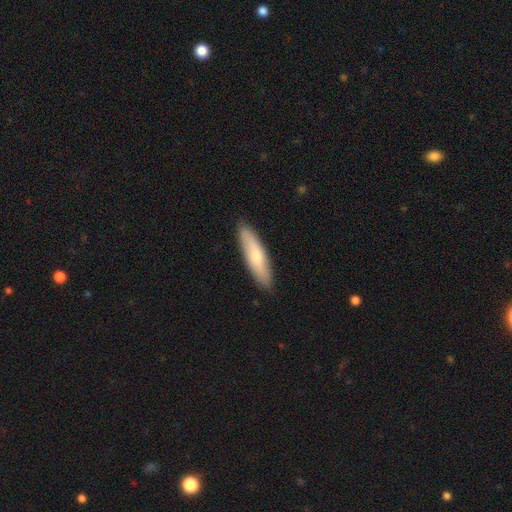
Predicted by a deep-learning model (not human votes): smooth-or-featured: smooth: 69% | featured or disk: 26% | star or artifact: 5%
  how-rounded: cigar-shaped: 68% | in between: 30% | round: 2%
  merging: none: 88% | minor disturbance: 9% | major disturbance: 2% | merger: 1%